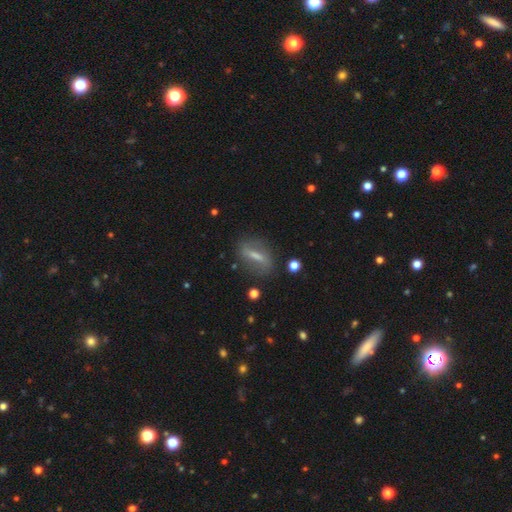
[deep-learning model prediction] Smooth or featured: featured or disk — 50% (smooth — 39%)
Edge-on disk: no — 74% (yes — 26%)
Merging: none — 75% (minor disturbance — 16%)